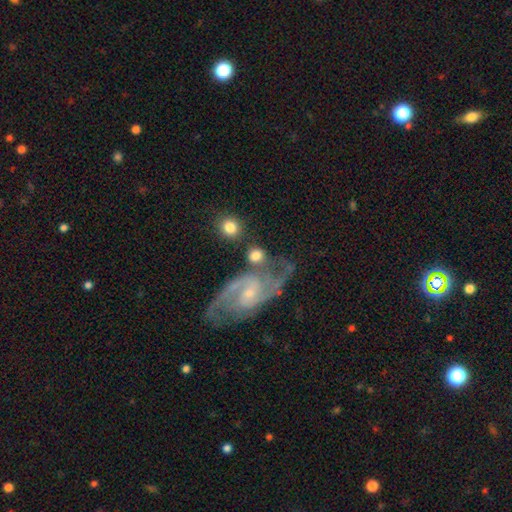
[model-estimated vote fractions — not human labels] Q: Smooth or featured?
A: smooth (55%); runner-up: featured or disk (38%)
Q: How rounded?
A: round (74%); runner-up: in between (24%)
Q: Merging?
A: none (61%); runner-up: merger (17%)